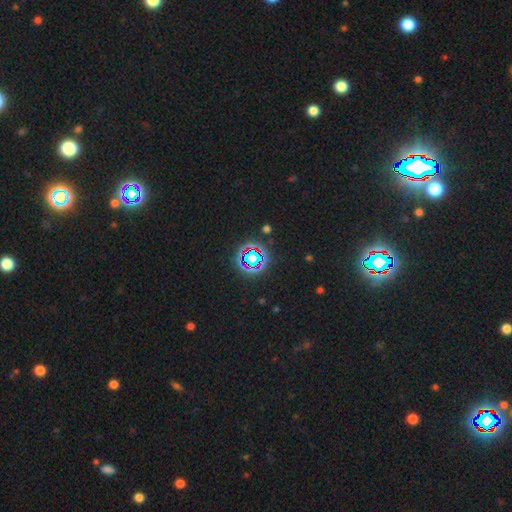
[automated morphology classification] star or artifact 80%, smooth 13%, featured or disk 7%.